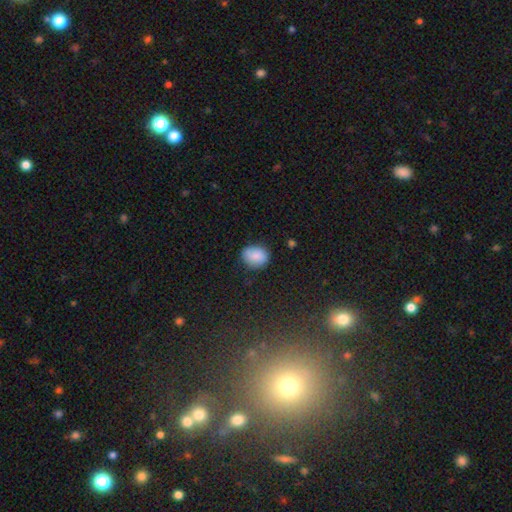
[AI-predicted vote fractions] Smooth or featured? smooth (84%)
How rounded? round (55%)
Merging? none (76%)